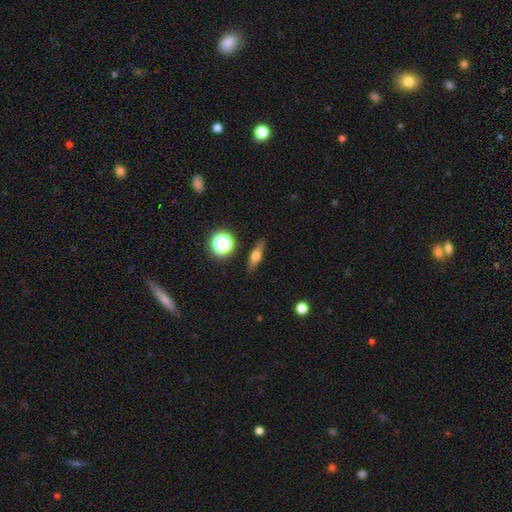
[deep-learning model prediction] This appears to be a smooth galaxy with no disk features (47%). Merging: none (87%).